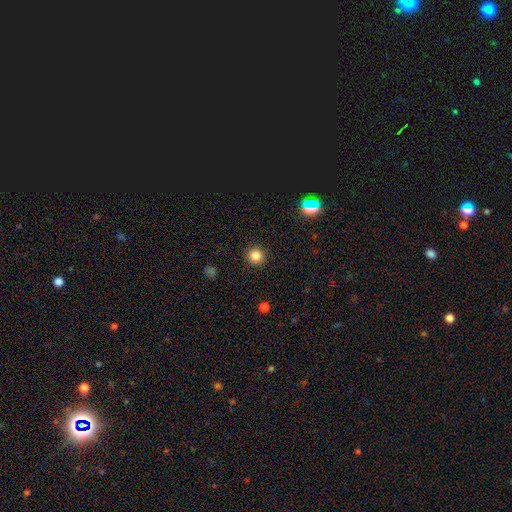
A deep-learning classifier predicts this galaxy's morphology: Smooth or featured: smooth — 82% (star or artifact — 14%)
How rounded: round — 95% (in between — 4%)
Merging: none — 92% (minor disturbance — 5%)